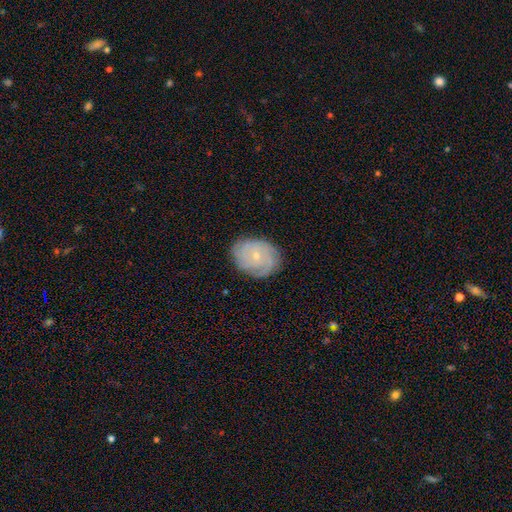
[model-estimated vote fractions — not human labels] smooth-or-featured: featured or disk: 74% | smooth: 19% | star or artifact: 7%
  disk-edge-on: no: 97% | yes: 3%
    bar: no: 76% | weak: 20% | strong: 3%
    has-spiral-arms: yes: 94% | no: 6%
      spiral-winding: tight: 71% | medium: 24% | loose: 6%
      spiral-arm-count: can't tell: 33% | 3: 23% | 4: 16% | 2: 15% | more than 4: 7% | 1: 6%
    bulge-size: small: 76% | moderate: 20% | none: 2% | large: 1% | dominant: 1%
  merging: none: 80% | minor disturbance: 15% | major disturbance: 4% | merger: 1%